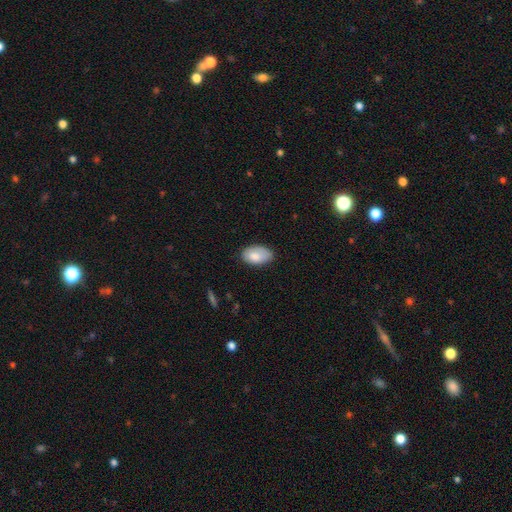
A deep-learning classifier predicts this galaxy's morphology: Overall: smooth (82%). How rounded: in between (94%). Merging: none (71%).